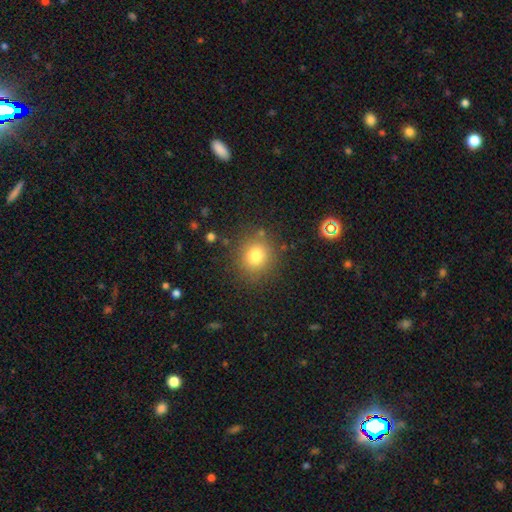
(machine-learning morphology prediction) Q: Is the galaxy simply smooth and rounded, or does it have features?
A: smooth — 77%.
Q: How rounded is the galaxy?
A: round — 86%.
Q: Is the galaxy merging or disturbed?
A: none — 85%.